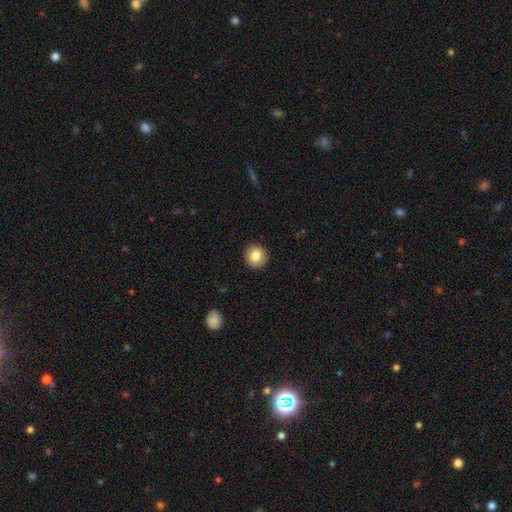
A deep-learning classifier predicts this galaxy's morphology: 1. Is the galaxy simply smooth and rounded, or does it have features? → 82% smooth, 9% featured or disk, 8% star or artifact.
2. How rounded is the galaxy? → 92% round, 7% in between, 1% cigar-shaped.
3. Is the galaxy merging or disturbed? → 92% none, 5% minor disturbance, 2% major disturbance, 1% merger.